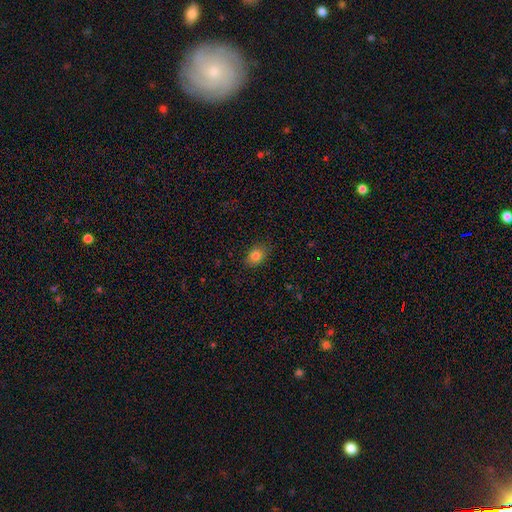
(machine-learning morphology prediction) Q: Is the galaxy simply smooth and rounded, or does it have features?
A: smooth — 80%.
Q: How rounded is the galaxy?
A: in between — 66%.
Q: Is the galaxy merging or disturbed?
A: none — 85%.